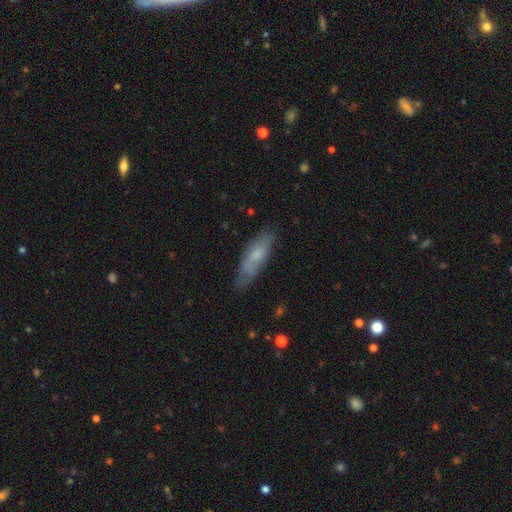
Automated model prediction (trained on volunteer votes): Smooth or featured?
  - smooth: 62% *
  - featured or disk: 31%
  - star or artifact: 7%
How rounded?
  - in between: 50% *
  - cigar-shaped: 48%
  - round: 2%
Merging?
  - none: 69% *
  - minor disturbance: 23%
  - major disturbance: 6%
  - merger: 2%